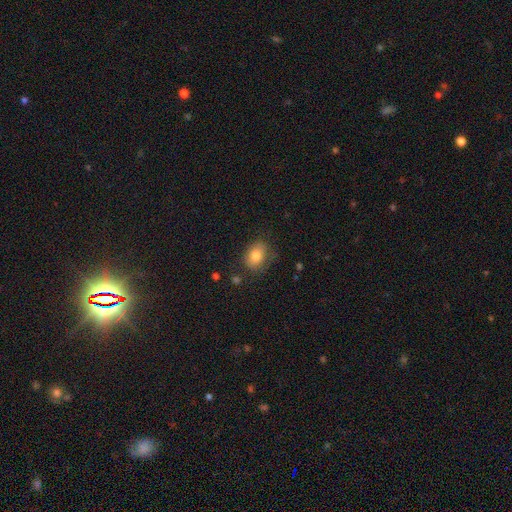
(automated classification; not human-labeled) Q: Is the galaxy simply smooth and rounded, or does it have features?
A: smooth — 80%.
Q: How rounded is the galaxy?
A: in between — 72%.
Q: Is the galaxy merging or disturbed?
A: none — 72%.